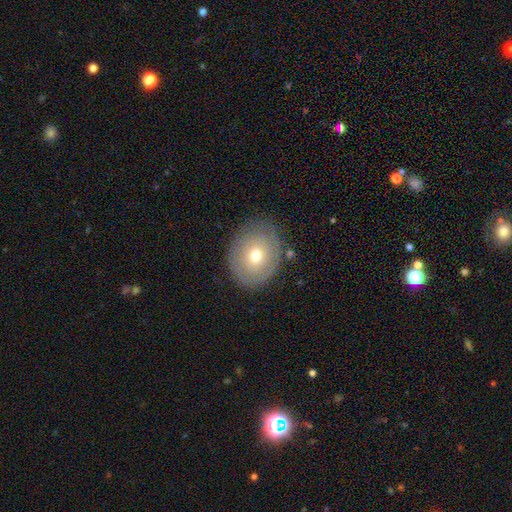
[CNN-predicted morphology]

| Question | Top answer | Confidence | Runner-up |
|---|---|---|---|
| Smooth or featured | smooth | 60% | featured or disk (31%) |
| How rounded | in between | 52% | round (47%) |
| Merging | none | 78% | minor disturbance (15%) |